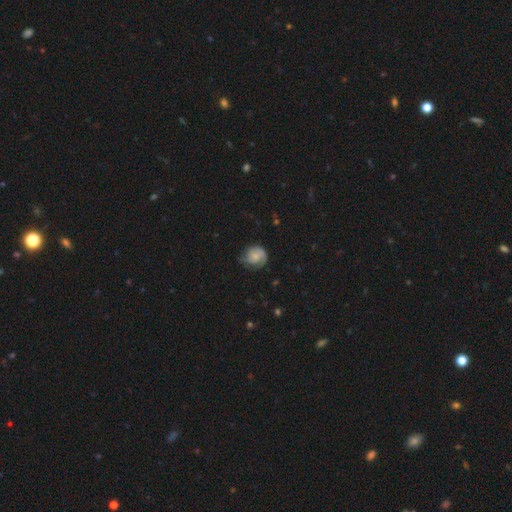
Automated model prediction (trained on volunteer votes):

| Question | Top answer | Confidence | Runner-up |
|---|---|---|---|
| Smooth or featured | featured or disk | 53% | smooth (39%) |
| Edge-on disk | no | 97% | yes (3%) |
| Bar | no | 75% | weak (22%) |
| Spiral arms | yes | 87% | no (13%) |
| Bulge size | small | 52% | moderate (29%) |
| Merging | none | 57% | minor disturbance (28%) |